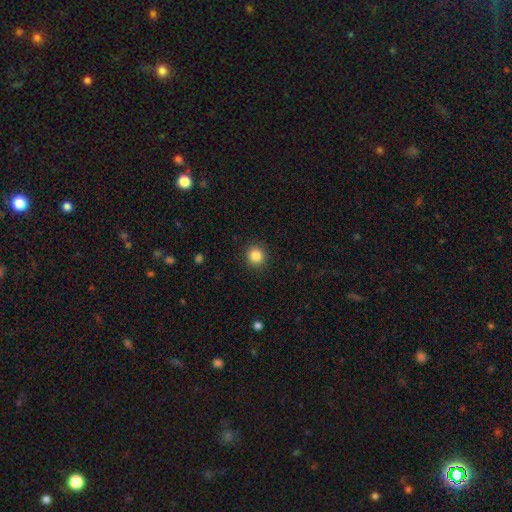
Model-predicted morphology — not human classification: smooth-or-featured: smooth: 86% | star or artifact: 10% | featured or disk: 4%
  how-rounded: round: 93% | in between: 7% | cigar-shaped: 1%
  merging: none: 92% | minor disturbance: 5% | major disturbance: 2% | merger: 1%